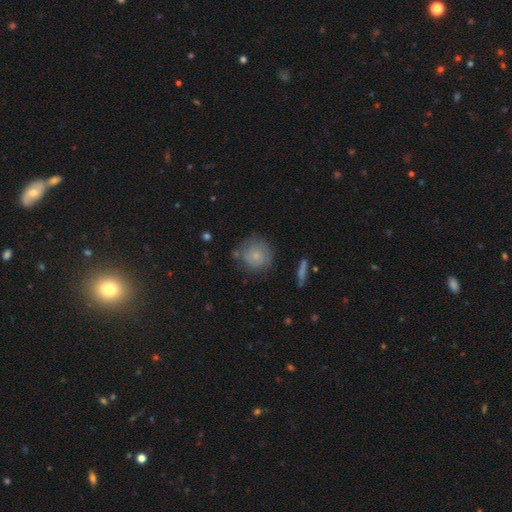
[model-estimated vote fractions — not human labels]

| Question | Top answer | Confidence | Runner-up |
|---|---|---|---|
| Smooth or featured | smooth | 75% | featured or disk (17%) |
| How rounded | round | 90% | in between (9%) |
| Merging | none | 67% | minor disturbance (22%) |